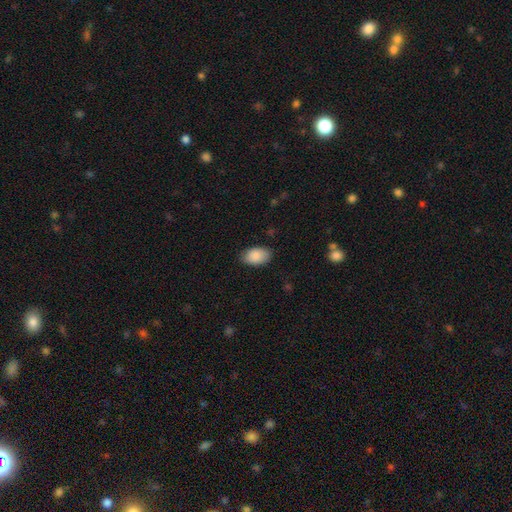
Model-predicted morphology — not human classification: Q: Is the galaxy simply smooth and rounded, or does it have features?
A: smooth — 89%.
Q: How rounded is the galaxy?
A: in between — 92%.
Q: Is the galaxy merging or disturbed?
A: none — 83%.